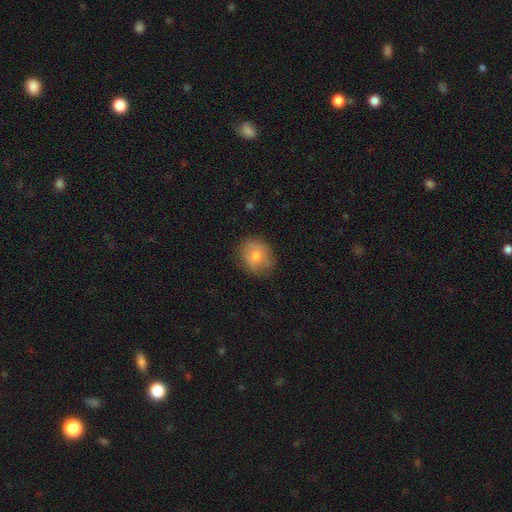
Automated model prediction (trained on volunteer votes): smooth_or_featured: smooth (p=0.74) [alt: featured or disk p=0.19]
how_rounded: round (p=0.67) [alt: in between p=0.32]
merging: none (p=0.76) [alt: minor disturbance p=0.18]